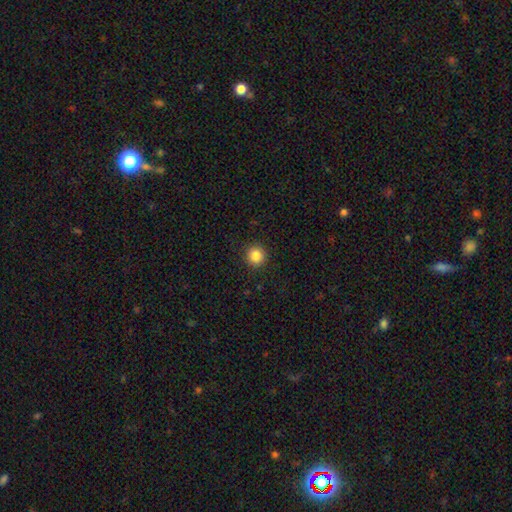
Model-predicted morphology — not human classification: Q: Smooth or featured?
A: smooth (85%); runner-up: star or artifact (11%)
Q: How rounded?
A: round (94%); runner-up: in between (5%)
Q: Merging?
A: none (92%); runner-up: minor disturbance (5%)